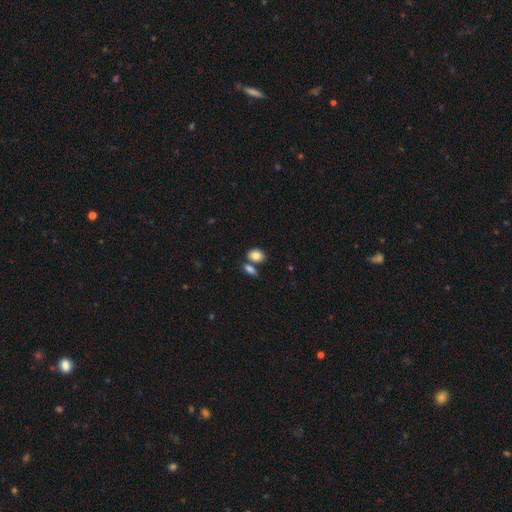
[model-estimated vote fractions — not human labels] Overall: smooth (84%). How rounded: in between (72%). Merging: none (57%; merger 28%).